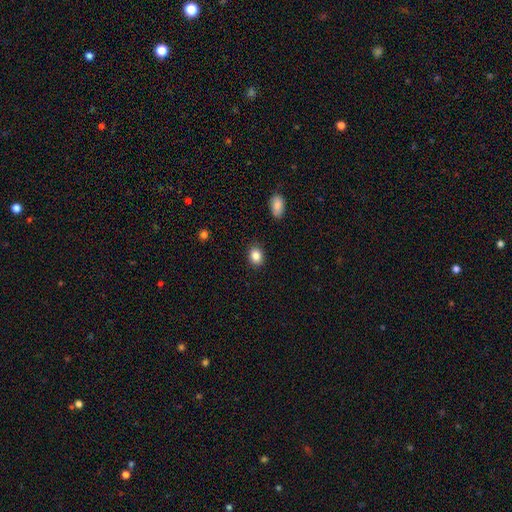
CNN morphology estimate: Overall: smooth (86%). How rounded: in between (54%; round 45%). Merging: none (87%).